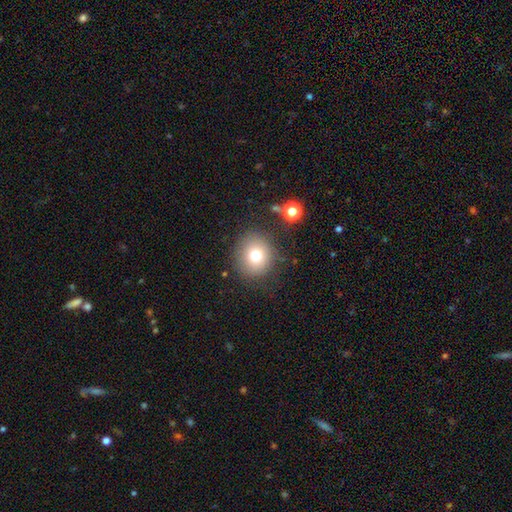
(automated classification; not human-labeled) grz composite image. It shows a smooth galaxy with no disk features (73%) that is round (84%). Merging: none (83%).